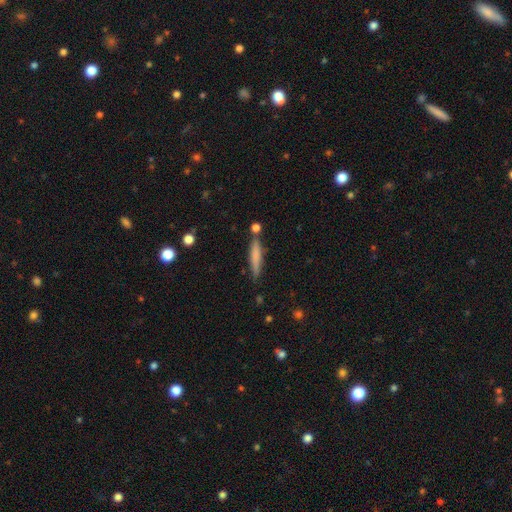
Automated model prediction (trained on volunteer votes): A smooth galaxy with no disk features (69%) that is cigar-shaped (90%). Merging: none (77%).